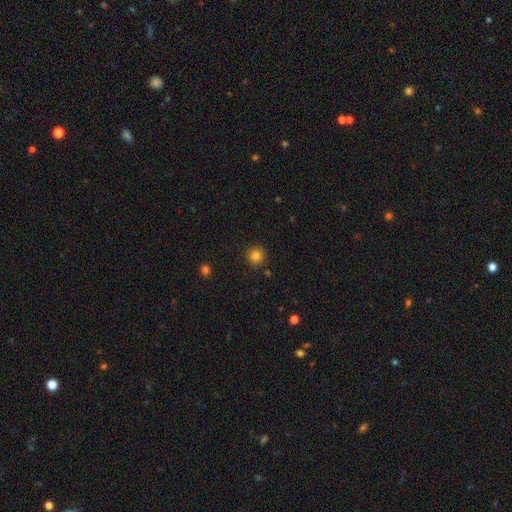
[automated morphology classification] Q: Smooth or featured?
A: smooth (82%); runner-up: star or artifact (12%)
Q: How rounded?
A: round (94%); runner-up: in between (5%)
Q: Merging?
A: none (90%); runner-up: minor disturbance (6%)